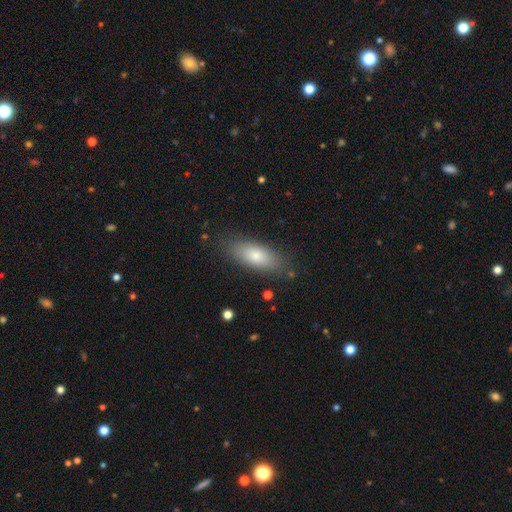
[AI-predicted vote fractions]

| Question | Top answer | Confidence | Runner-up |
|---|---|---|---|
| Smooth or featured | smooth | 77% | featured or disk (16%) |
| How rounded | in between | 76% | cigar-shaped (22%) |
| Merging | none | 83% | minor disturbance (12%) |